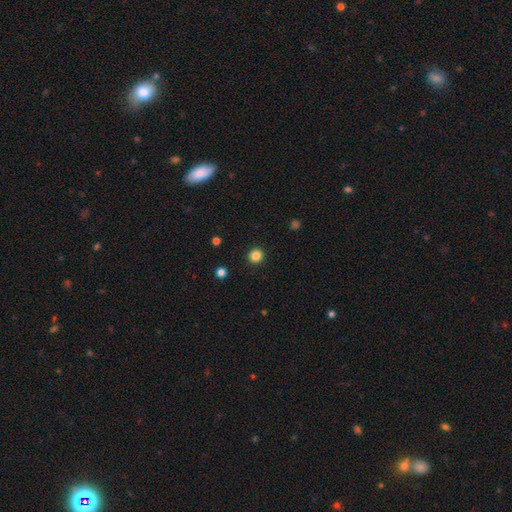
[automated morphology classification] This is clearly a smooth galaxy (85%). How rounded: clearly round (95%). Merging: clearly none (93%).